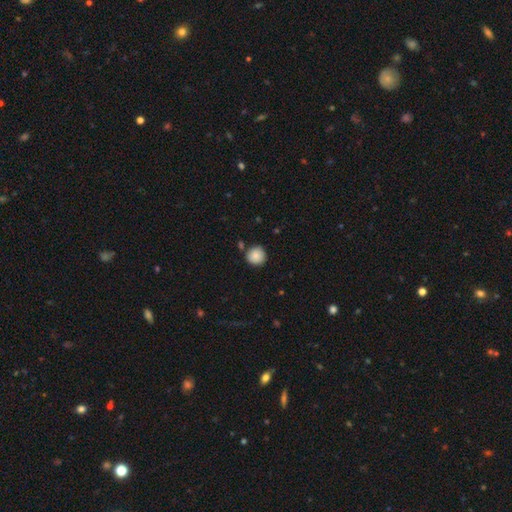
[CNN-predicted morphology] This appears to be a smooth galaxy with no disk features (87%) that is round (94%). Merging: none (83%).